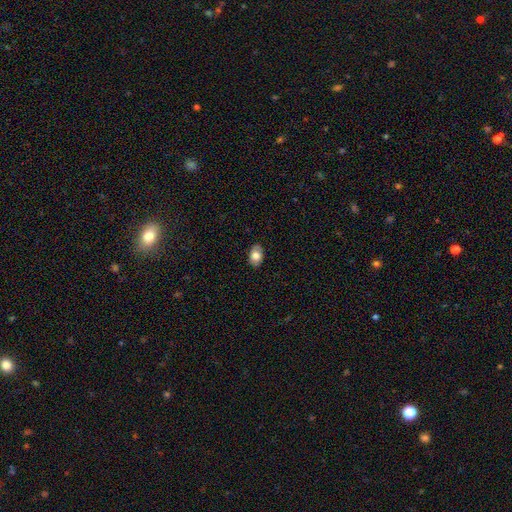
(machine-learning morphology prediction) Overall: smooth (78%). How rounded: in between (86%). Merging: none (86%).